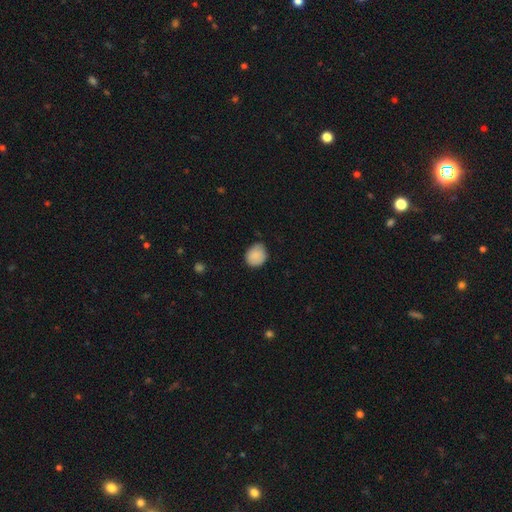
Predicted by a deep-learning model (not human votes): Smooth or featured?
  - smooth: 88% *
  - star or artifact: 7%
  - featured or disk: 5%
How rounded?
  - round: 68% *
  - in between: 31%
  - cigar-shaped: 1%
Merging?
  - none: 73% *
  - minor disturbance: 23%
  - major disturbance: 3%
  - merger: 1%